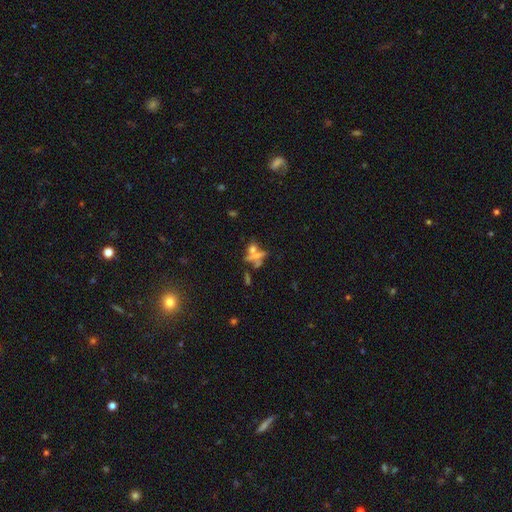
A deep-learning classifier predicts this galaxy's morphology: This appears to be a smooth galaxy with no disk features (43%). Merging: none (42%).